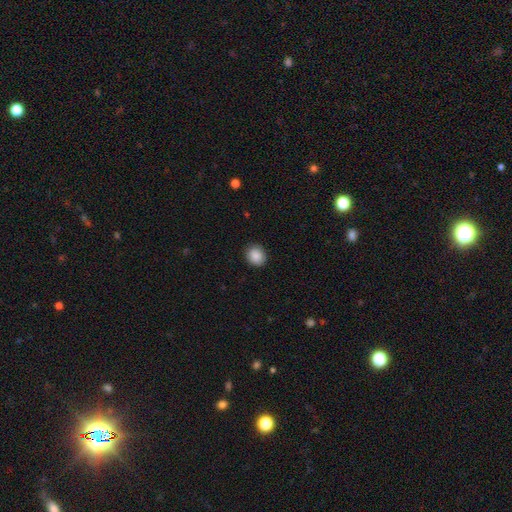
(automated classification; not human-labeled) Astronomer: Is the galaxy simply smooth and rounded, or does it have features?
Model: smooth — 89%.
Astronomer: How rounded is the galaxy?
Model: round — 75%.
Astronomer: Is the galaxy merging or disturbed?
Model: none — 89%.